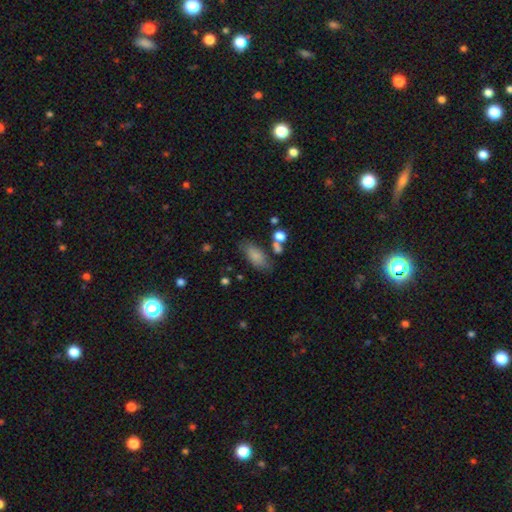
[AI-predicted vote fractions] smooth-or-featured: smooth: 81% | featured or disk: 11% | star or artifact: 8%
  how-rounded: in between: 86% | cigar-shaped: 10% | round: 4%
  merging: none: 66% | minor disturbance: 19% | merger: 8% | major disturbance: 7%